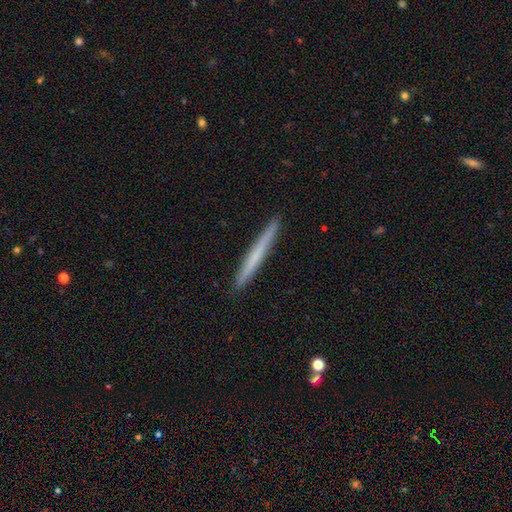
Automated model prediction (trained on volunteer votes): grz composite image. It shows a smooth galaxy with no disk features (57%) that is cigar-shaped (97%). Merging: none (93%).